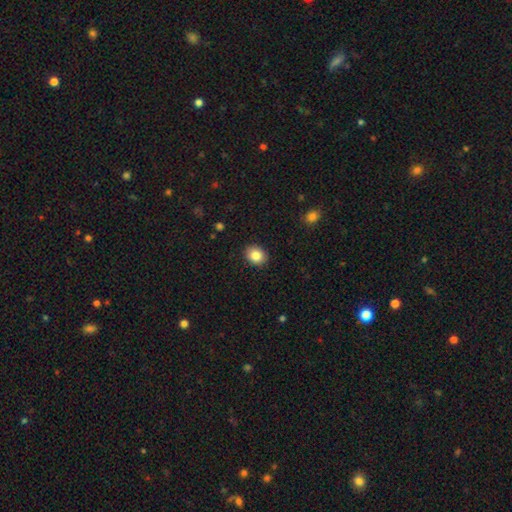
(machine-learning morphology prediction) This is clearly a smooth galaxy (85%). How rounded: possibly round (51%). Merging: clearly none (89%).